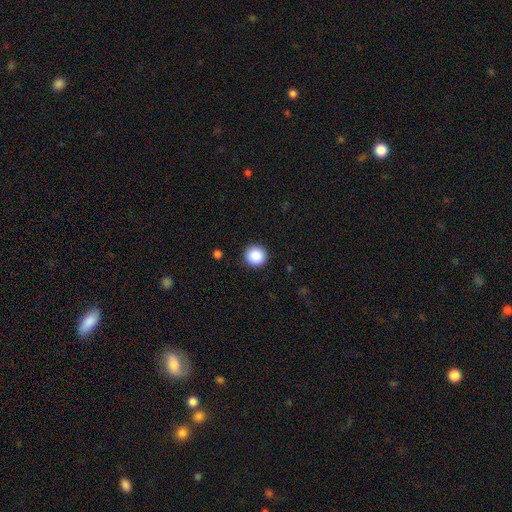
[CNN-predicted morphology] The model was most divided on "smooth or featured": smooth: 88%, star or artifact: 9%, featured or disk: 3%. More confident: how rounded — round (95%); merging — none (92%).